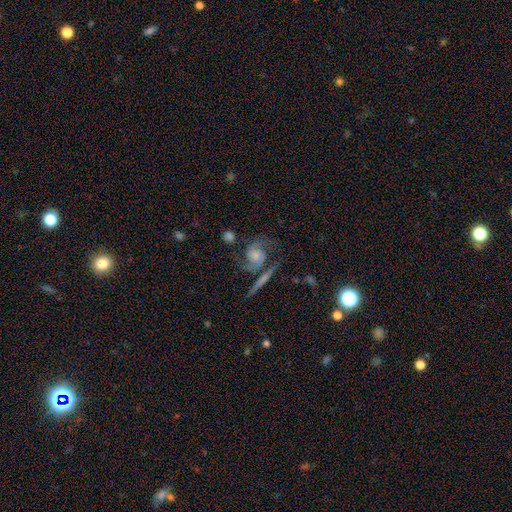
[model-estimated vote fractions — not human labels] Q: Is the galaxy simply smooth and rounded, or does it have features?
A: featured or disk — 85%.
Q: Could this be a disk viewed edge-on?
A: no — 96%.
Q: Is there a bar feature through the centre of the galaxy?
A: no — 65%.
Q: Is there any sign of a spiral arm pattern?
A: yes — 97%.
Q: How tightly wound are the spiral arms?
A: medium — 54%.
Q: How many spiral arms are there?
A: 2 — 87%.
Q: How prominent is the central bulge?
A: moderate — 43%.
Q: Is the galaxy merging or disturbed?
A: none — 68%.